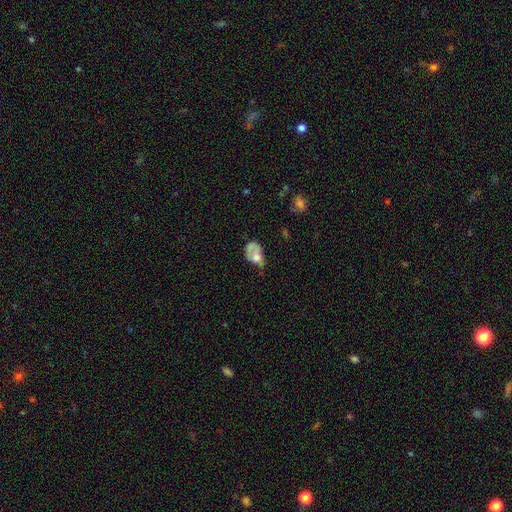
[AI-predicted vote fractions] smooth 55%, featured or disk 36%, star or artifact 10%. Down the decision tree: how rounded — in between (78%); merging — major disturbance (41%).